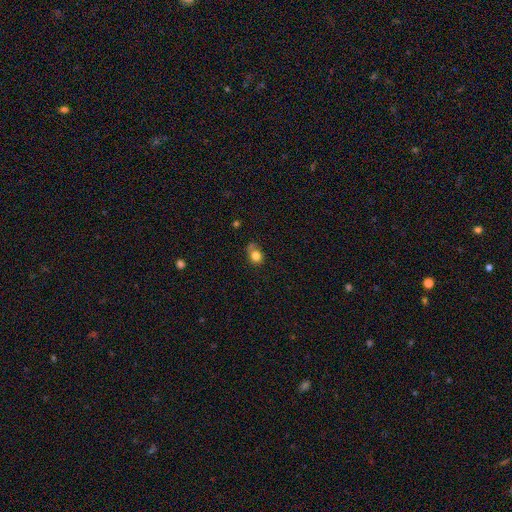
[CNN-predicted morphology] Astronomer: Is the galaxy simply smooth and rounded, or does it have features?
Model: smooth — 79%.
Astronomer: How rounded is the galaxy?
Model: round — 56% (runner-up: in between, 42%).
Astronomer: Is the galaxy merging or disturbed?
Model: none — 47% (runner-up: minor disturbance, 34%).